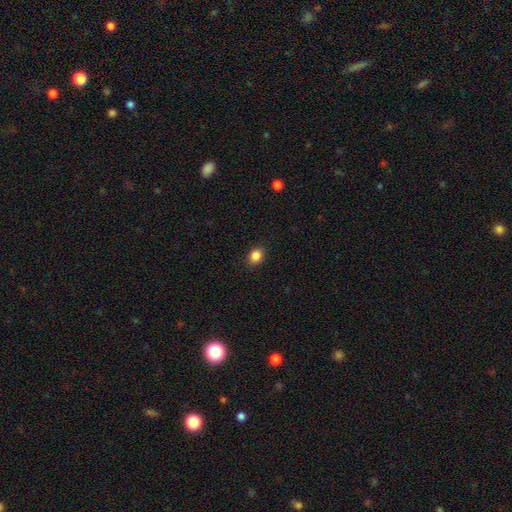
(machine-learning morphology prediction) The model was most divided on "how rounded": round: 54%, in between: 45%, cigar-shaped: 1%. More confident: merging — none (89%); smooth or featured — smooth (86%).